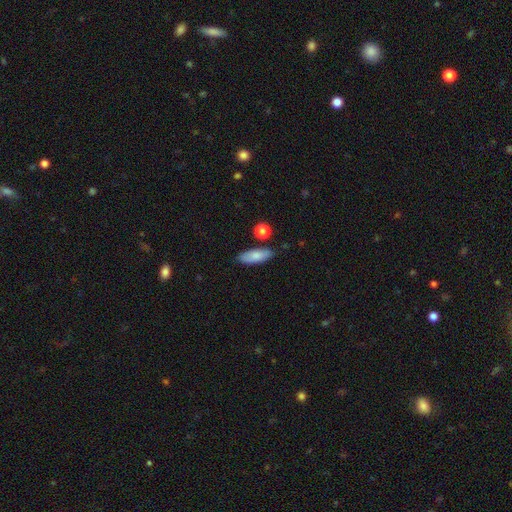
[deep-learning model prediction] Overall: smooth (80%). How rounded: in between (68%; cigar-shaped 29%). Merging: none (80%).